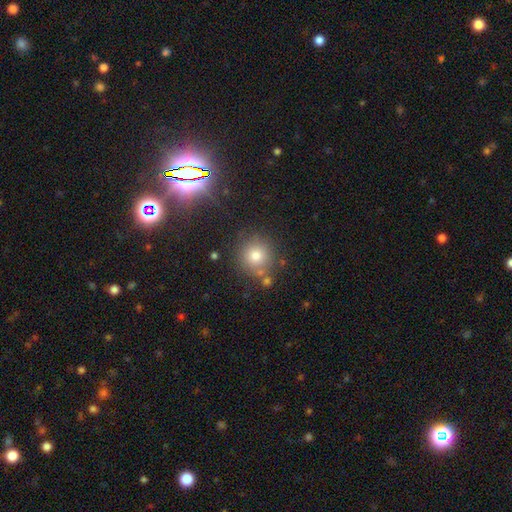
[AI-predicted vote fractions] smooth_or_featured: smooth (p=0.74) [alt: star or artifact p=0.17]
how_rounded: round (p=0.92) [alt: in between p=0.07]
merging: none (p=0.78) [alt: minor disturbance p=0.10]